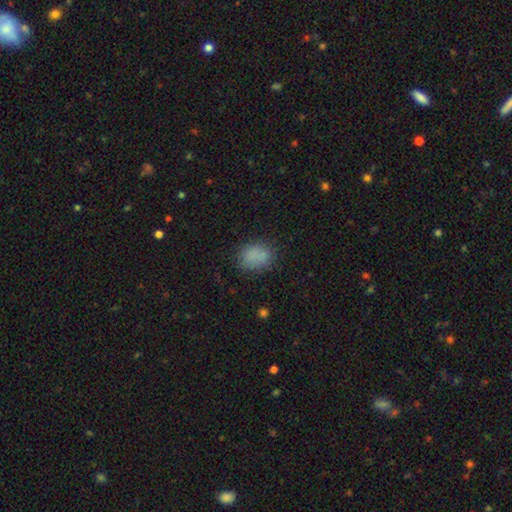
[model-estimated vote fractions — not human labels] smooth 81%, star or artifact 11%, featured or disk 8%. Down the decision tree: how rounded — in between (66%); merging — none (71%).